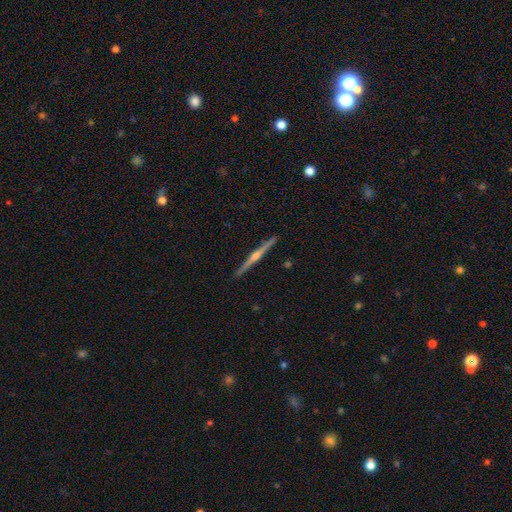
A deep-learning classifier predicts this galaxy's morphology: featured or disk 84%, smooth 11%, star or artifact 5%. Down the decision tree: edge-on disk — yes (99%); edge-on bulge — rounded (90%); merging — none (93%).